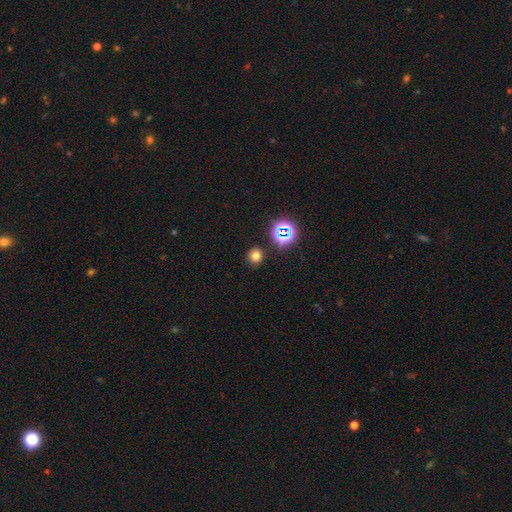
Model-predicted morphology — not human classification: smooth_or_featured: smooth (p=0.72) [alt: star or artifact p=0.22]
how_rounded: round (p=0.85) [alt: in between p=0.14]
merging: none (p=0.87) [alt: minor disturbance p=0.07]